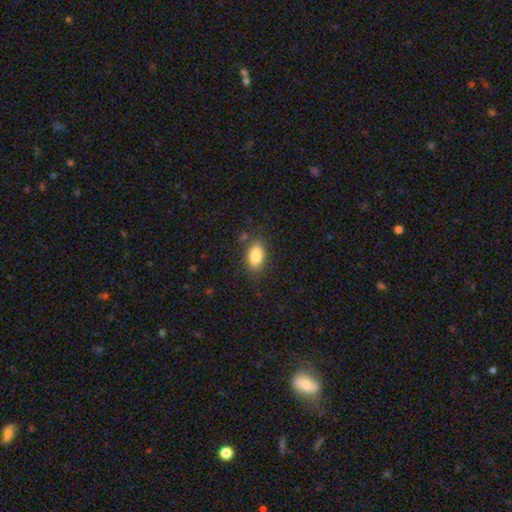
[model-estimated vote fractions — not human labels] Overall: smooth (85%). How rounded: in between (91%). Merging: none (81%).